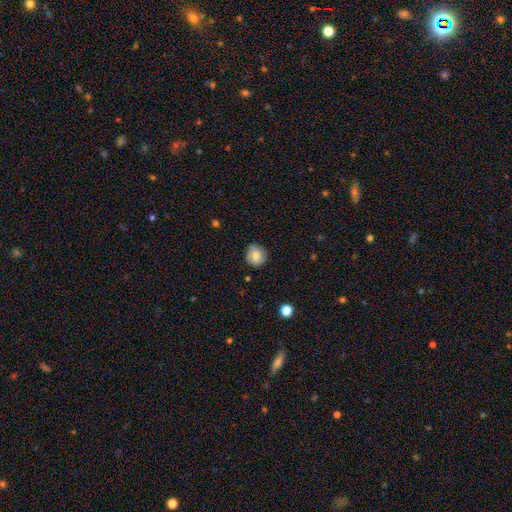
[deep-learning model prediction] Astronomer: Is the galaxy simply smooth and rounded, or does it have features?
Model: smooth — 75%.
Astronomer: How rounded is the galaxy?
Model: round — 84%.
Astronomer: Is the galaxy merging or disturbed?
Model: none — 77%.